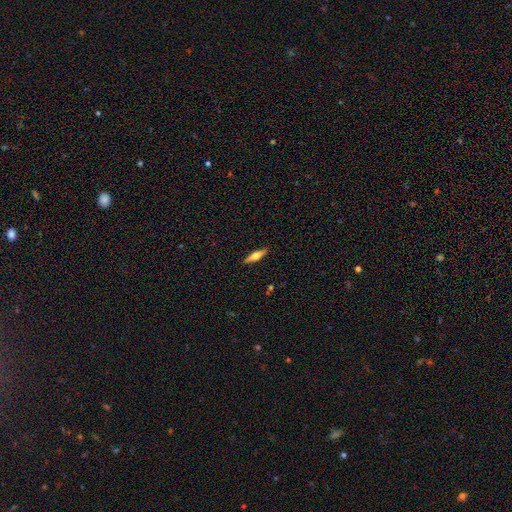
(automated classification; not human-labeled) smooth-or-featured: featured or disk: 53% | smooth: 41% | star or artifact: 6%
  disk-edge-on: yes: 94% | no: 6%
    edge-on-bulge: rounded: 93% | boxy: 4% | none: 3%
  merging: none: 90% | minor disturbance: 7% | major disturbance: 2% | merger: 1%